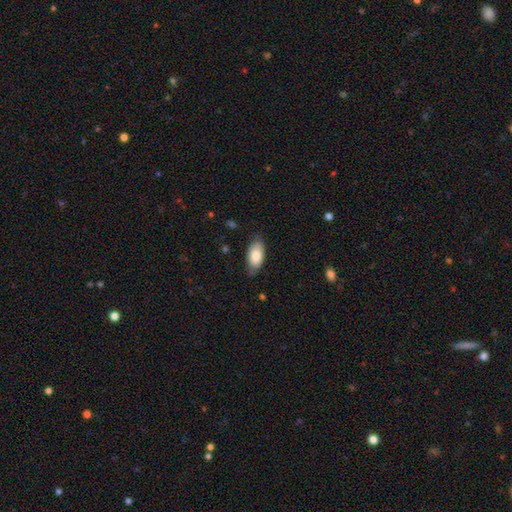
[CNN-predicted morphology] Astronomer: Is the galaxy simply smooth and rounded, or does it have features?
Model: smooth — 80%.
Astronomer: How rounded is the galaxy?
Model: in between — 93%.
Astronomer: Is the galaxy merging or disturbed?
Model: none — 75%.